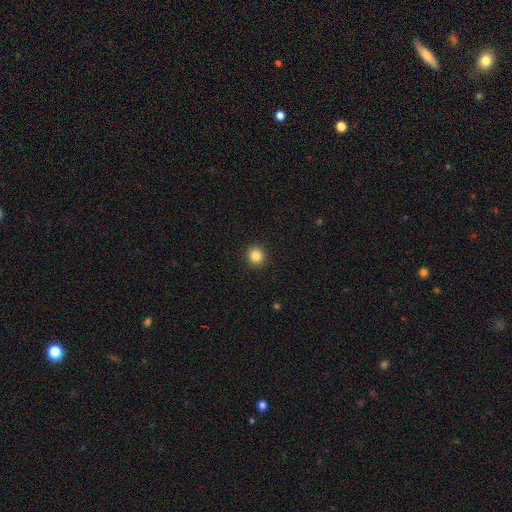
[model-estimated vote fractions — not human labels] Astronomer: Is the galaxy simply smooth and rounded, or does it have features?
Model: smooth — 84%.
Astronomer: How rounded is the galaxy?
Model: round — 91%.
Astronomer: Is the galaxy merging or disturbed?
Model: none — 93%.